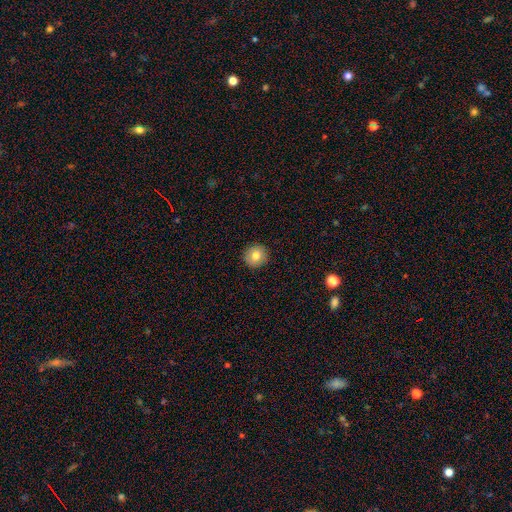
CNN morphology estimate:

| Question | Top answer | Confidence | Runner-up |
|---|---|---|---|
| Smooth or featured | smooth | 79% | featured or disk (12%) |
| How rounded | round | 94% | in between (5%) |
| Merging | none | 92% | minor disturbance (6%) |